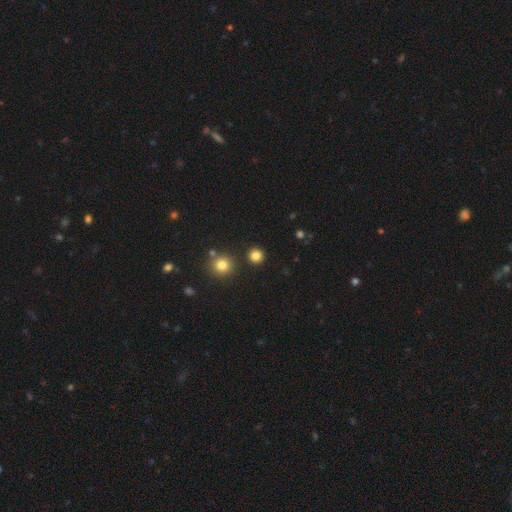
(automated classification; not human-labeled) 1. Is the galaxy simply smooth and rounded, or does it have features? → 83% smooth, 13% star or artifact, 5% featured or disk.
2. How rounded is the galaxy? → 94% round, 5% in between, 1% cigar-shaped.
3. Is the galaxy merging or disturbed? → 91% none, 5% minor disturbance, 3% merger, 2% major disturbance.